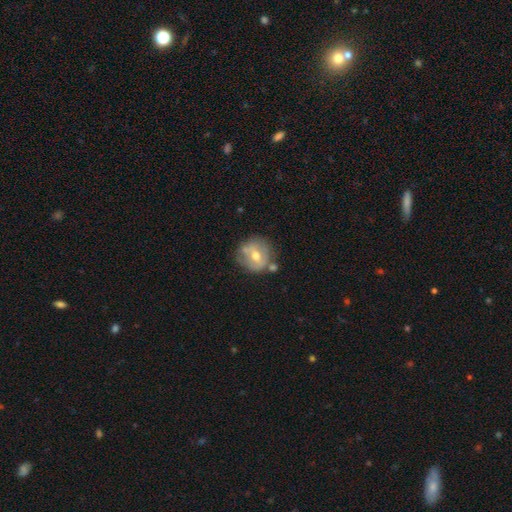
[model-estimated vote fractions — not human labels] smooth_or_featured: featured or disk (p=0.47) [alt: smooth p=0.46]
merging: none (p=0.61) [alt: minor disturbance p=0.20]